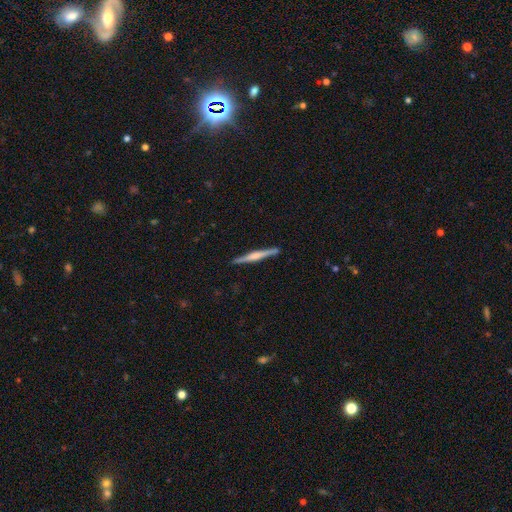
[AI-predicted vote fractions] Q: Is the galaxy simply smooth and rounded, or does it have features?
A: featured or disk — 66%.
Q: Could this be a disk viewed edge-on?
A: yes — 98%.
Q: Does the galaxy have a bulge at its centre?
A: rounded — 54%.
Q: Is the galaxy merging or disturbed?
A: none — 89%.